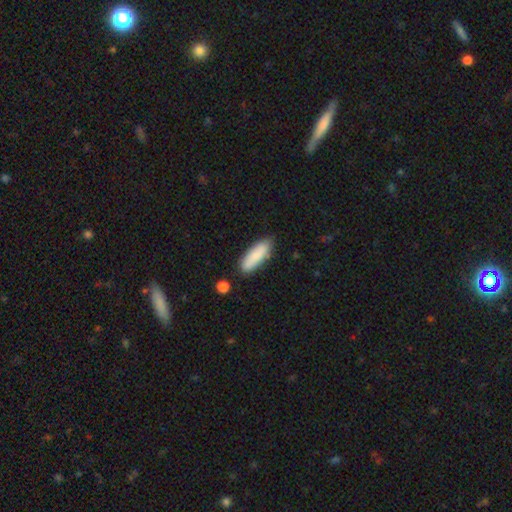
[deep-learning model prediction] This appears to be a smooth galaxy with no disk features (83%) that is in between round and cigar-shaped (54%). Merging: none (79%).